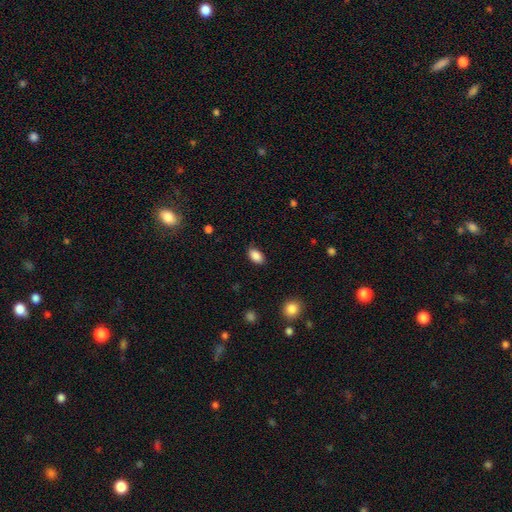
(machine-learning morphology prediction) Smooth or featured? smooth (88%)
How rounded? in between (91%)
Merging? none (85%)